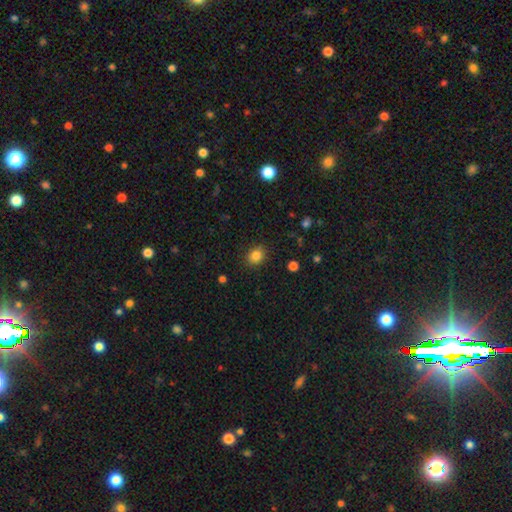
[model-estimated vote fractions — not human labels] The model was most divided on "how rounded": round: 58%, in between: 41%, cigar-shaped: 1%. More confident: merging — none (88%); smooth or featured — smooth (83%).